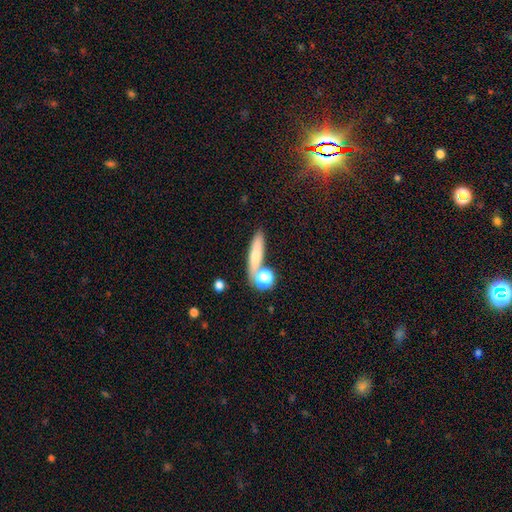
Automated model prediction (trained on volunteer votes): Morphology: type=smooth (68%); roundness=cigar-shaped (66%); merging=none (68%).